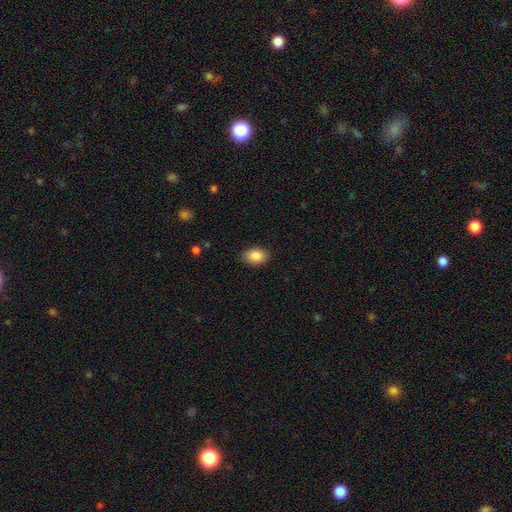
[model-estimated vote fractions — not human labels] Morphology: type=smooth (88%); roundness=in between (80%); merging=none (86%).